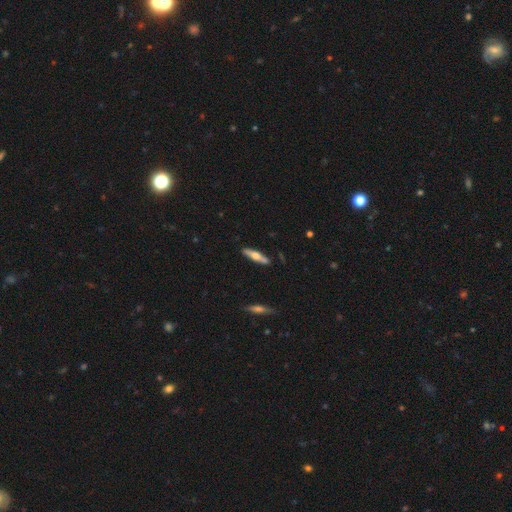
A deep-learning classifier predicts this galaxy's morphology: Smooth or featured? featured or disk (49%)
Merging? none (84%)